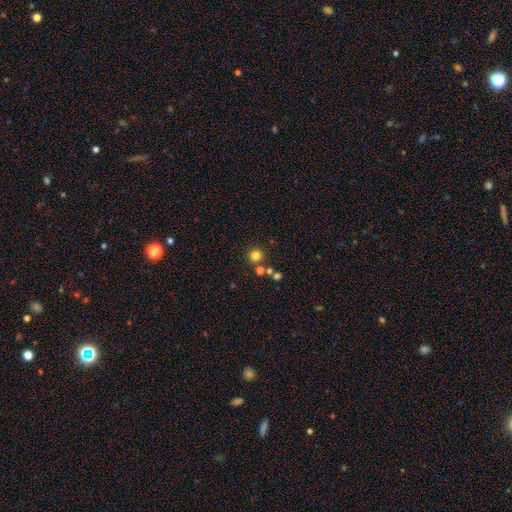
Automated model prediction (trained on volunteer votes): smooth 79%, star or artifact 15%, featured or disk 6%. Down the decision tree: how rounded — round (94%); merging — none (81%).